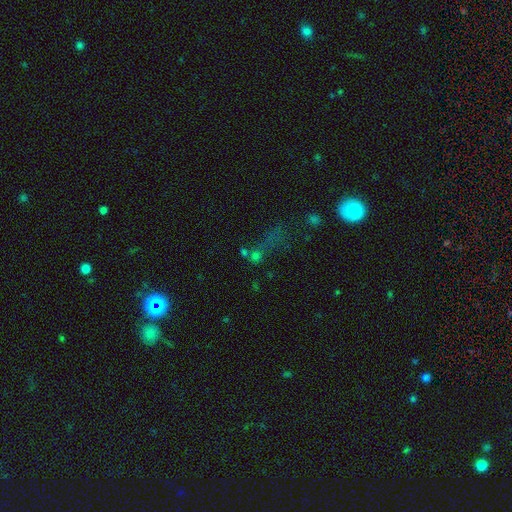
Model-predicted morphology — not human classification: This appears to be a smooth galaxy with no disk features (54%) that is round (68%). Merging: none (35%).